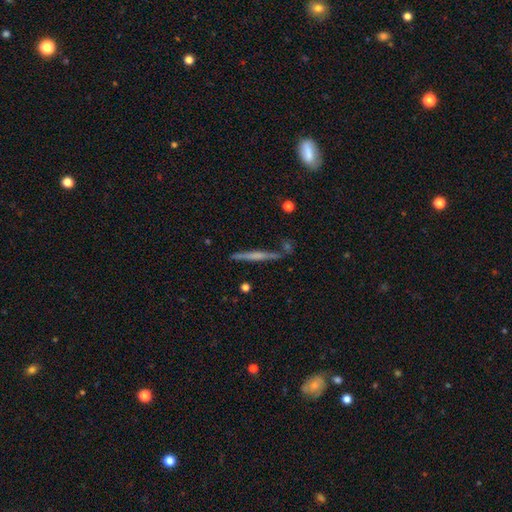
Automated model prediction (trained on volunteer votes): smooth-or-featured: featured or disk: 57% | smooth: 36% | star or artifact: 7%
  disk-edge-on: yes: 96% | no: 4%
    edge-on-bulge: none: 53% | rounded: 32% | boxy: 16%
  merging: none: 82% | minor disturbance: 10% | merger: 5% | major disturbance: 3%